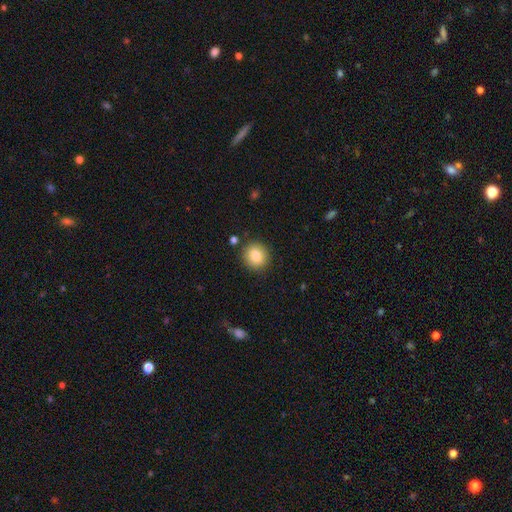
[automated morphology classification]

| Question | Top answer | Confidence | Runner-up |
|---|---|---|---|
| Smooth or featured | smooth | 83% | star or artifact (9%) |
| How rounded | round | 84% | in between (15%) |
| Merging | none | 88% | minor disturbance (8%) |